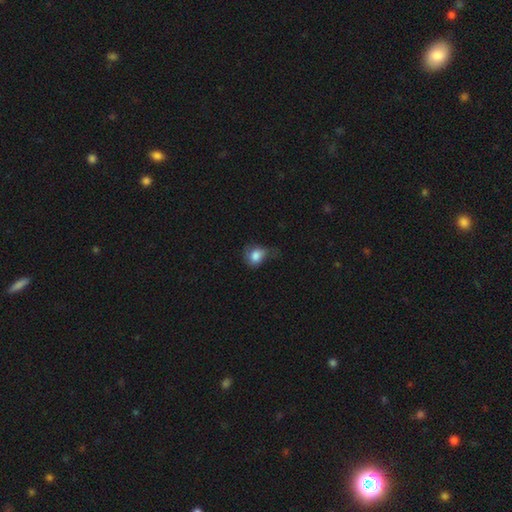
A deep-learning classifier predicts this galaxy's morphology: This is likely a smooth galaxy (78%). How rounded: possibly round (55%). Merging: marginally minor disturbance (35%).